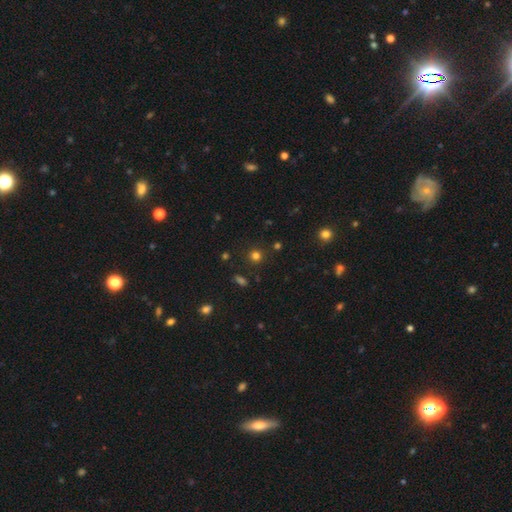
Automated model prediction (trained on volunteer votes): A smooth galaxy with no disk features (75%) that is round (93%).

Vote fractions:
- Smooth or featured? smooth: 75% / star or artifact: 20% / featured or disk: 5%
- How rounded? round: 93% / in between: 6% / cigar-shaped: 1%
- Merging? none: 89% / minor disturbance: 6% / major disturbance: 2% / merger: 2%